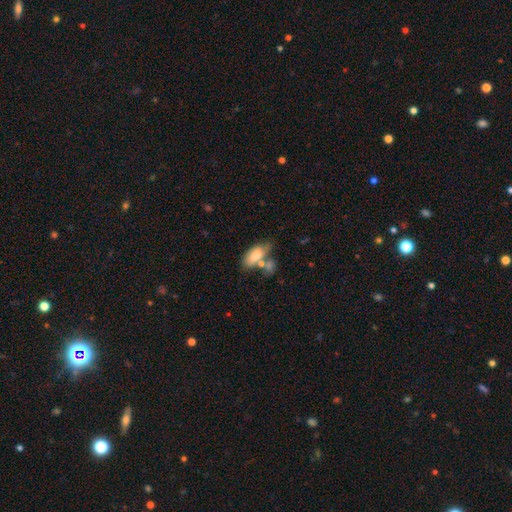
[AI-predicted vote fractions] Smooth or featured?
  - smooth: 79% *
  - featured or disk: 14%
  - star or artifact: 7%
How rounded?
  - in between: 89% *
  - cigar-shaped: 7%
  - round: 4%
Merging?
  - none: 38% *
  - merger: 35%
  - minor disturbance: 19%
  - major disturbance: 9%